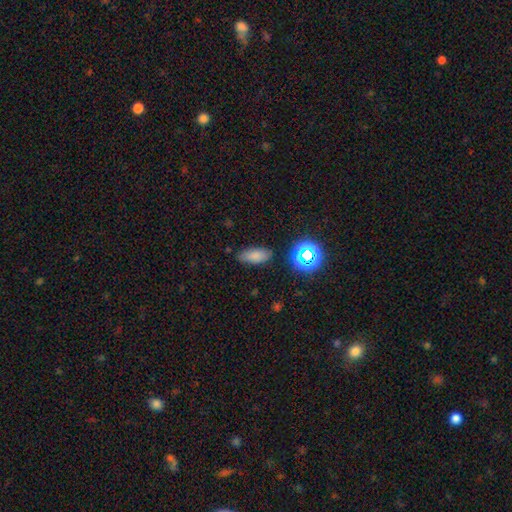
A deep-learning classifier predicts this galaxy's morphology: smooth-or-featured: smooth: 77% | star or artifact: 15% | featured or disk: 8%
  how-rounded: in between: 80% | cigar-shaped: 15% | round: 5%
  merging: none: 80% | minor disturbance: 13% | major disturbance: 4% | merger: 3%